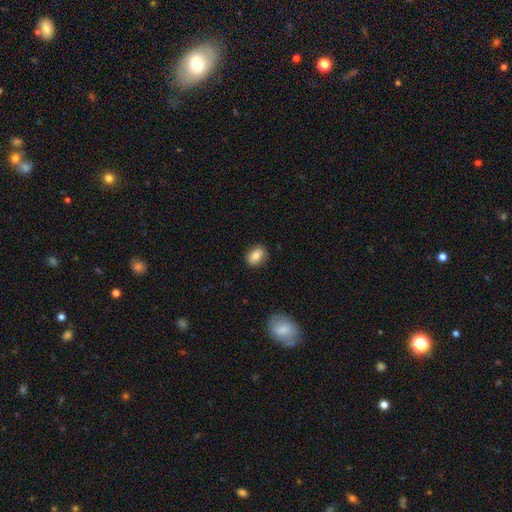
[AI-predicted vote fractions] Q: Smooth or featured?
A: smooth (84%); runner-up: star or artifact (8%)
Q: How rounded?
A: in between (72%); runner-up: round (26%)
Q: Merging?
A: none (86%); runner-up: minor disturbance (11%)